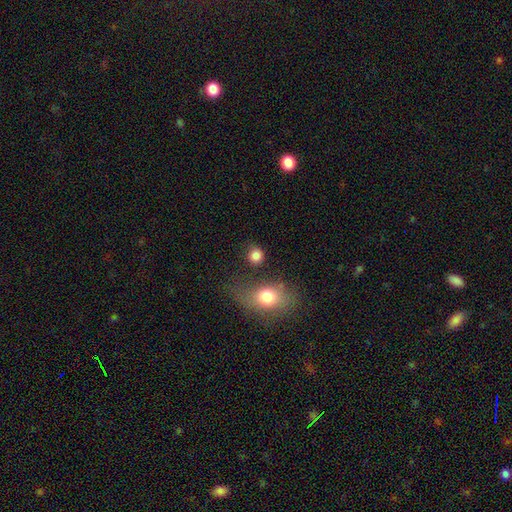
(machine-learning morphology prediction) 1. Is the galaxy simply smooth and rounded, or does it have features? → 83% smooth, 11% star or artifact, 6% featured or disk.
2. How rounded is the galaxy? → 84% round, 15% in between, 1% cigar-shaped.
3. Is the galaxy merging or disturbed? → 73% none, 11% minor disturbance, 9% merger, 6% major disturbance.